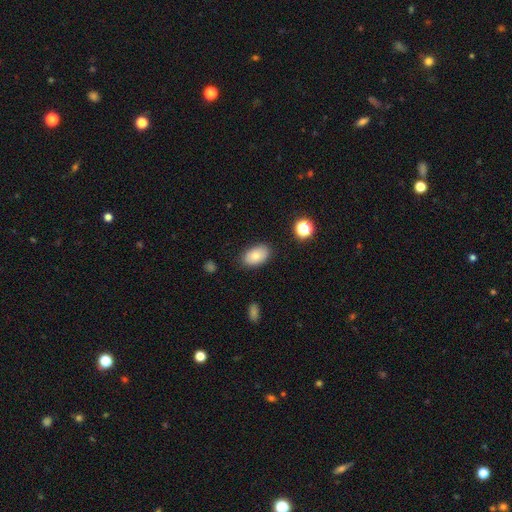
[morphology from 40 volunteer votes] This is clearly a smooth galaxy (82%). How rounded: clearly in between (97%). Merging: clearly none (86%).